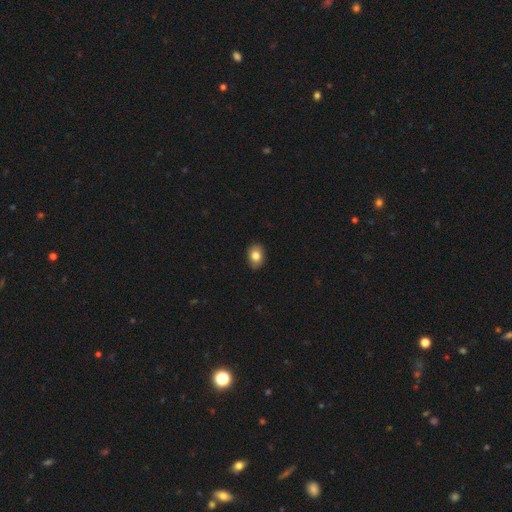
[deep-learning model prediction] smooth-or-featured: smooth: 82% | featured or disk: 9% | star or artifact: 9%
  how-rounded: in between: 69% | round: 30% | cigar-shaped: 1%
  merging: none: 85% | minor disturbance: 13% | major disturbance: 2% | merger: 1%